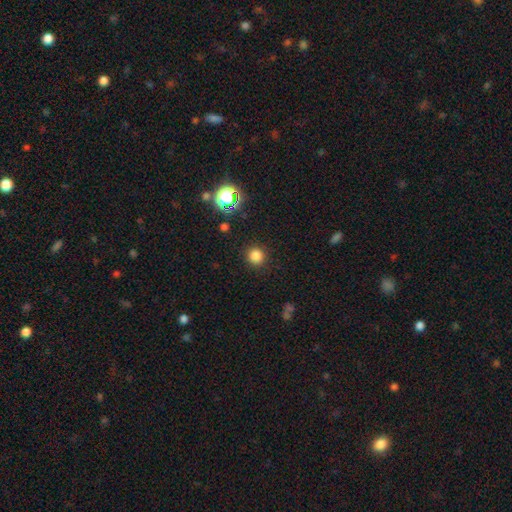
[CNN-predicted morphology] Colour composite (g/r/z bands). It shows a smooth galaxy with no disk features (81%) that is round (93%). Merging: none (91%).